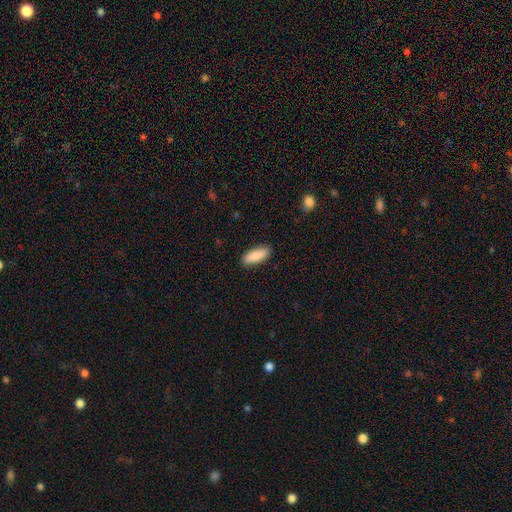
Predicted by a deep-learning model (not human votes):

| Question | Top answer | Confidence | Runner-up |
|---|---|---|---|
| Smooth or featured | smooth | 87% | featured or disk (7%) |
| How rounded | in between | 65% | cigar-shaped (33%) |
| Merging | none | 88% | minor disturbance (9%) |